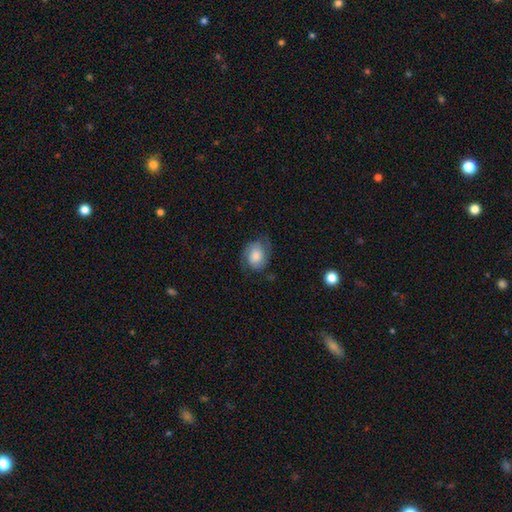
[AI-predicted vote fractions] This is likely a featured or disk galaxy (62%). It is clearly not viewed edge-on (97%). Bar: likely no (69%). Spiral arm pattern: clearly yes (92%). Spiral arm count: clearly 2 (86%). Spiral winding: marginally medium (44%). Central bulge: marginally moderate (38%). Merging: likely none (71%).